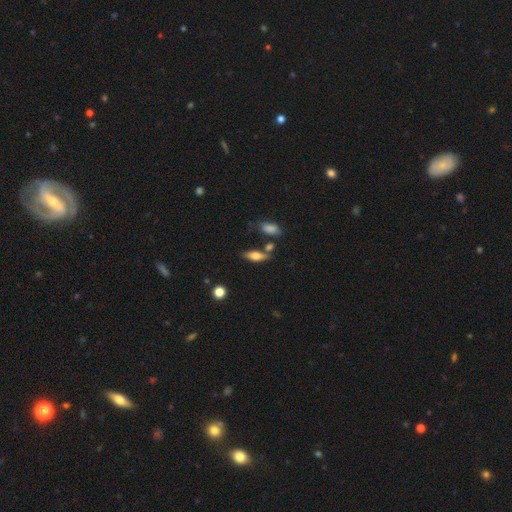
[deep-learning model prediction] Overall: smooth (60%; featured or disk 32%). How rounded: in between (64%; cigar-shaped 32%). Merging: none (66%).